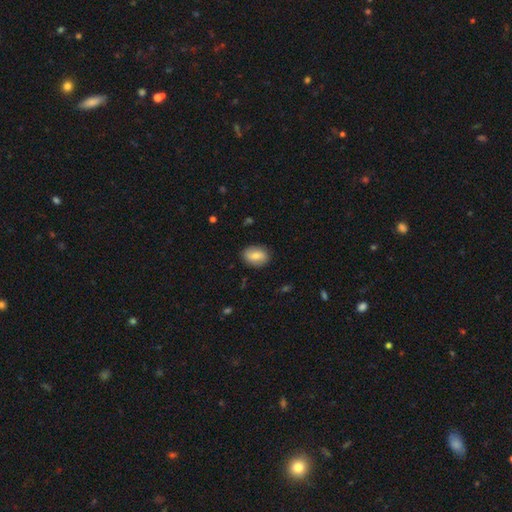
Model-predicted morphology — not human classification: type=smooth (72%); roundness=in between (73%); merging=none (86%).